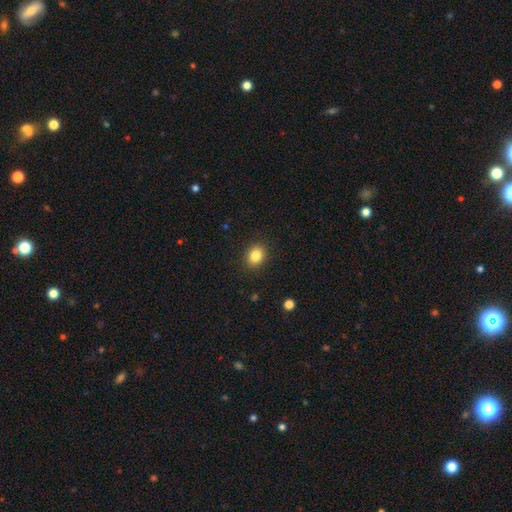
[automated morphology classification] This is clearly a smooth galaxy (84%). How rounded: possibly round (54%). Merging: clearly none (90%).